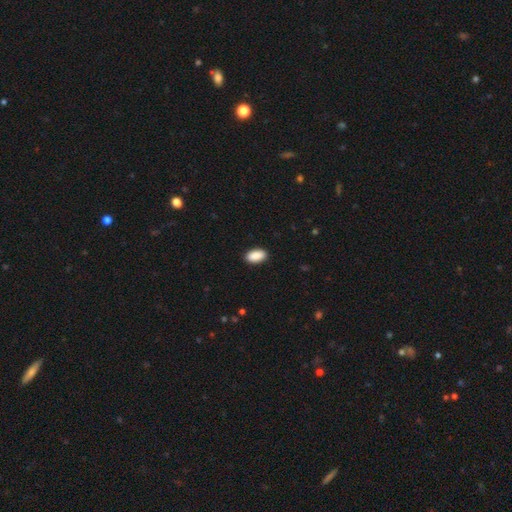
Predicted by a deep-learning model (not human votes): Overall: smooth (91%). How rounded: in between (94%). Merging: none (90%).